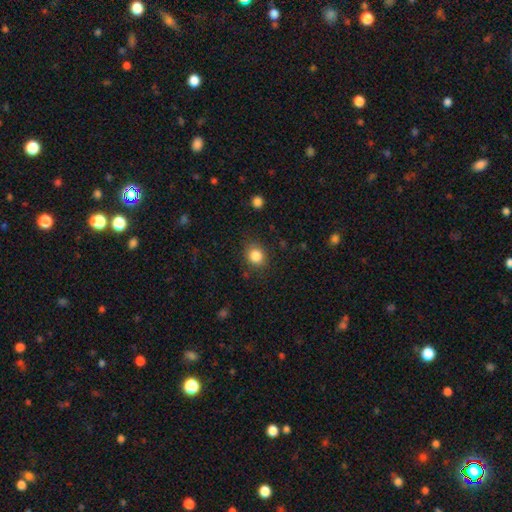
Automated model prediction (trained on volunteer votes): Morphology: type=smooth (85%); roundness=round (74%); merging=none (82%).